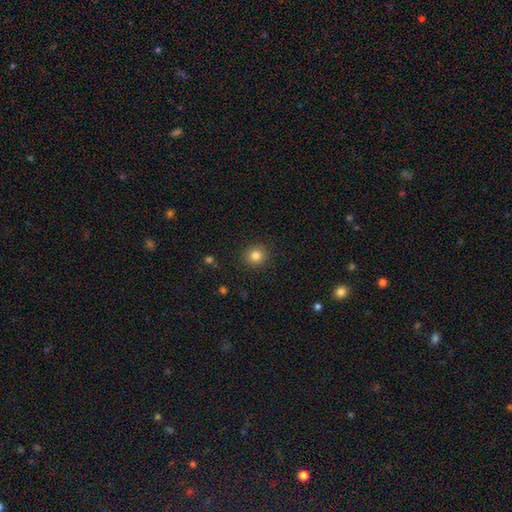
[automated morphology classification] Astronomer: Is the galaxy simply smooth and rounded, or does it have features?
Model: smooth — 83%.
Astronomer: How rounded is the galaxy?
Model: round — 88%.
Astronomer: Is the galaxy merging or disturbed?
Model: none — 90%.